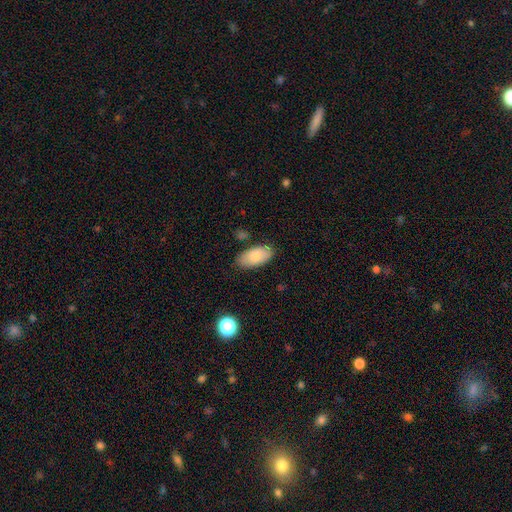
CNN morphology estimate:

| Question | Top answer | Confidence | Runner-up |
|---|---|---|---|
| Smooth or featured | smooth | 81% | featured or disk (13%) |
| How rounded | in between | 94% | cigar-shaped (4%) |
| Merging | none | 81% | minor disturbance (14%) |